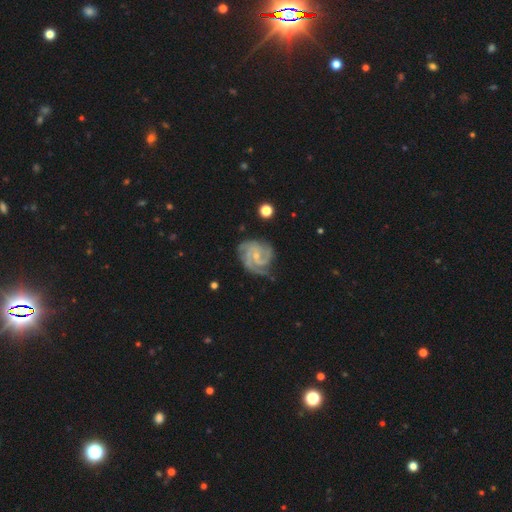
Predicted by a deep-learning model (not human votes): This is clearly a featured or disk galaxy (91%). It is clearly not viewed edge-on (98%). Bar: possibly no (53%). Spiral arm pattern: clearly yes (98%). Spiral arm count: possibly 3 (46%). Spiral winding: possibly tight (55%). Central bulge: likely small (75%). Merging: likely none (70%).